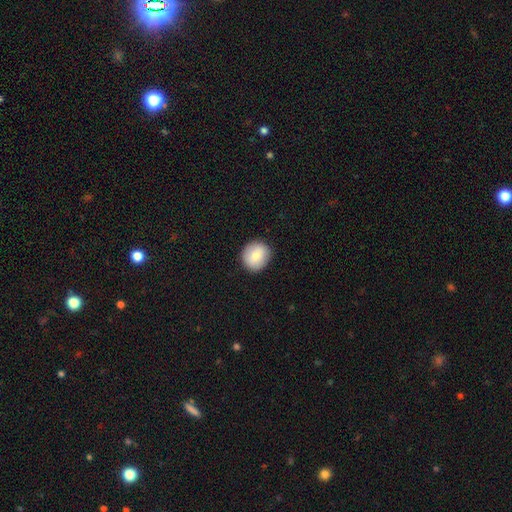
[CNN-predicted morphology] Smooth or featured? Predicted: smooth (p=0.79). How rounded? Predicted: round (p=0.85). Merging? Predicted: none (p=0.89).